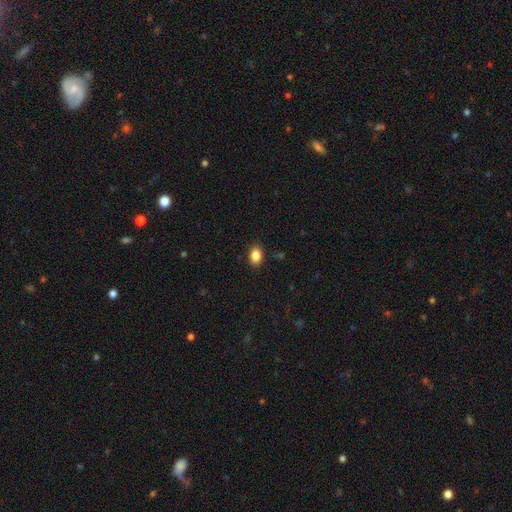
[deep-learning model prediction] A smooth galaxy with no disk features (86%) that is in between round and cigar-shaped (83%).

Vote fractions:
- Smooth or featured? smooth: 86% / star or artifact: 9% / featured or disk: 5%
- How rounded? in between: 83% / round: 16% / cigar-shaped: 1%
- Merging? none: 88% / minor disturbance: 9% / major disturbance: 2% / merger: 1%